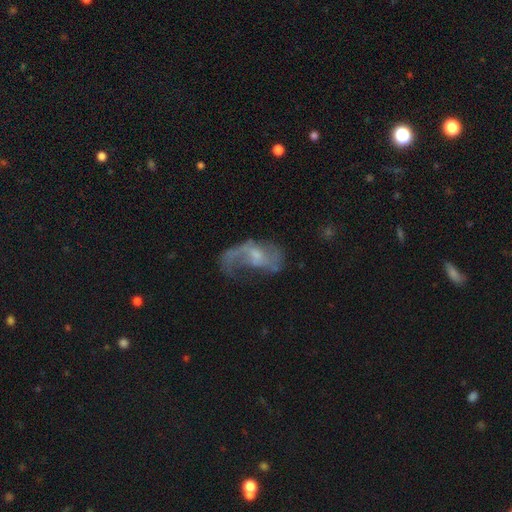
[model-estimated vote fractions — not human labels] A featured or disk galaxy (76%) with no bar (51%), 2 (55%) loose (70%) spiral arms (81%) and a small central bulge (52%). Merging: major disturbance (38%).